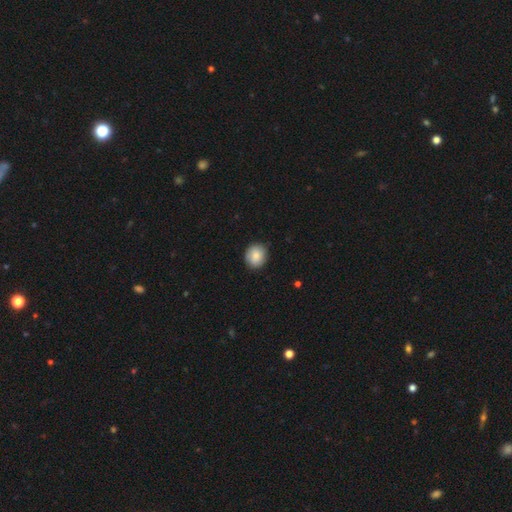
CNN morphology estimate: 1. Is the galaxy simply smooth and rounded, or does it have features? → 84% smooth, 8% featured or disk, 7% star or artifact.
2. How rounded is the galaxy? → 77% round, 22% in between, 1% cigar-shaped.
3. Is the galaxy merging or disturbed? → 86% none, 11% minor disturbance, 2% major disturbance, 1% merger.